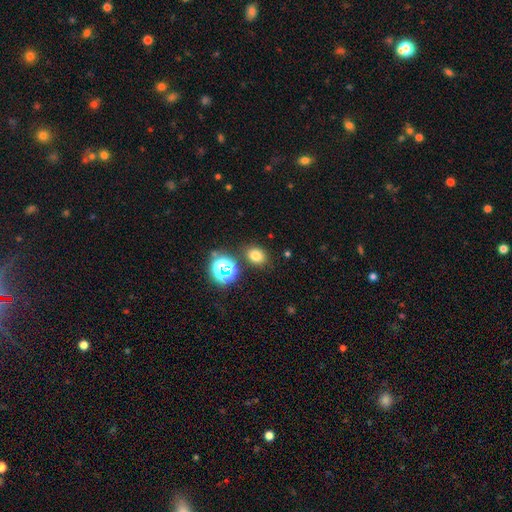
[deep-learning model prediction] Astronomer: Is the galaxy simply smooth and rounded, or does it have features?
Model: smooth — 71%.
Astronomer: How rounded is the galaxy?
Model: round — 51% (runner-up: in between, 48%).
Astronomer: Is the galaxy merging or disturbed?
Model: none — 82%.